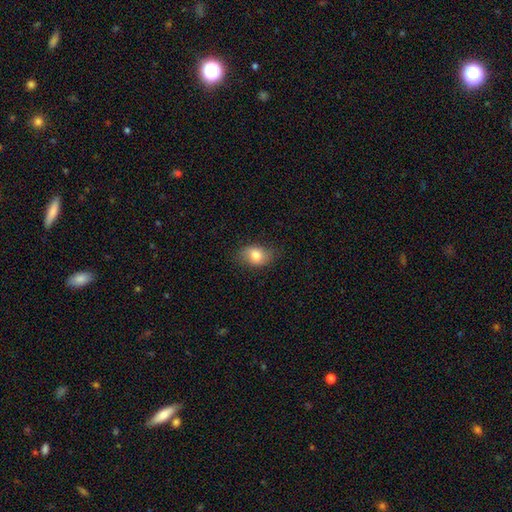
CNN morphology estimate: Q: Smooth or featured?
A: smooth (77%); runner-up: featured or disk (15%)
Q: How rounded?
A: in between (74%); runner-up: round (25%)
Q: Merging?
A: none (79%); runner-up: minor disturbance (17%)